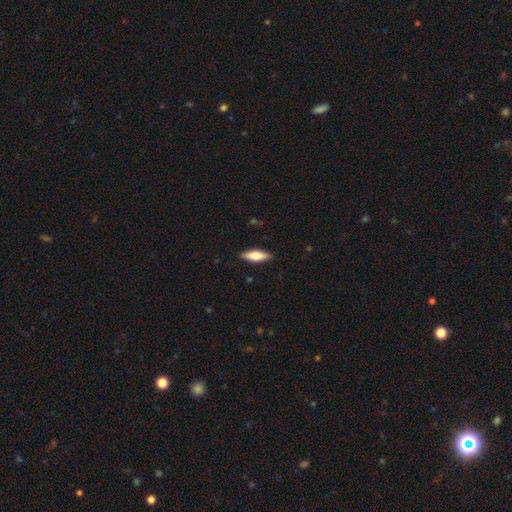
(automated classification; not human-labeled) Smooth or featured? smooth (67%)
How rounded? in between (53%)
Merging? none (88%)